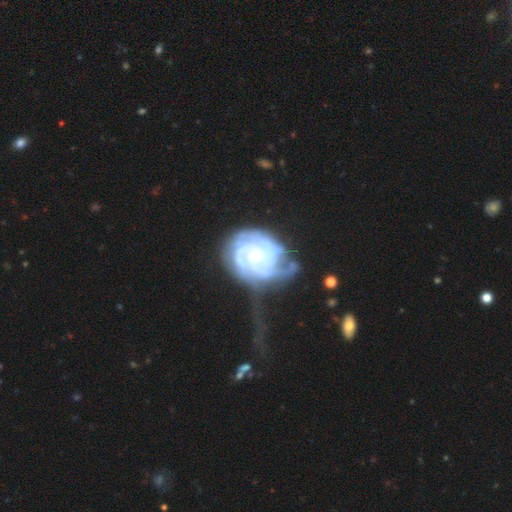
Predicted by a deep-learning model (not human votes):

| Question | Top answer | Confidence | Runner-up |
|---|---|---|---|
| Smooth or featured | featured or disk | 88% | smooth (7%) |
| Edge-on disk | no | 98% | yes (2%) |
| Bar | no | 69% | weak (25%) |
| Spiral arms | yes | 96% | no (4%) |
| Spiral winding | tight | 69% | medium (24%) |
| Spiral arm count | can't tell | 27% | 3 (24%) |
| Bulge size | moderate | 51% | small (43%) |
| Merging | major disturbance | 36% | none (34%) |